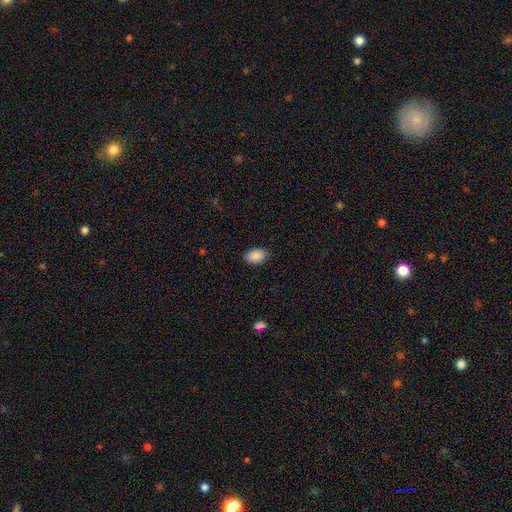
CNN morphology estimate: Smooth or featured? Predicted: smooth (p=0.90). How rounded? Predicted: in between (p=0.86). Merging? Predicted: none (p=0.87).